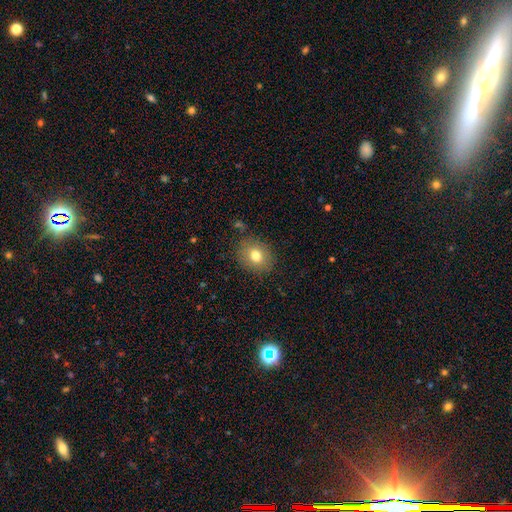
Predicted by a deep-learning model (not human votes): Smooth or featured?
  - smooth: 76% *
  - featured or disk: 13%
  - star or artifact: 11%
How rounded?
  - round: 59% *
  - in between: 40%
  - cigar-shaped: 1%
Merging?
  - none: 84% *
  - minor disturbance: 11%
  - major disturbance: 4%
  - merger: 2%